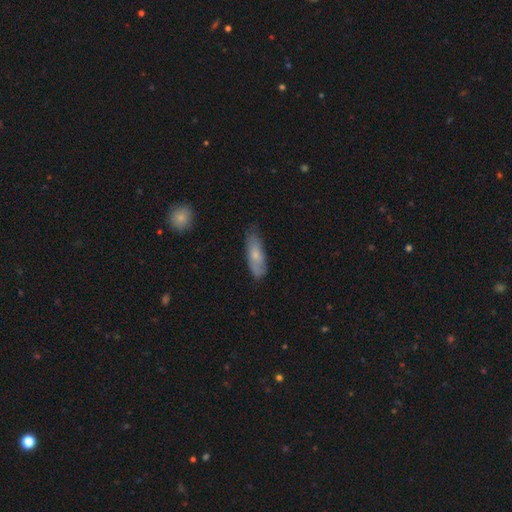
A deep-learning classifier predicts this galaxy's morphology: smooth 65%, featured or disk 29%, star or artifact 6%. Down the decision tree: how rounded — cigar-shaped (52%); merging — none (71%).